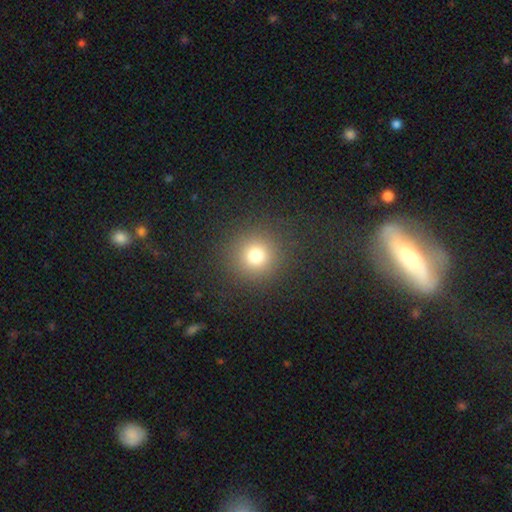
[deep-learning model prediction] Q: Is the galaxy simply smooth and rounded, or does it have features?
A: smooth — 75%.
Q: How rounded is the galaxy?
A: round — 94%.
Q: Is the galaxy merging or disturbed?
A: none — 89%.